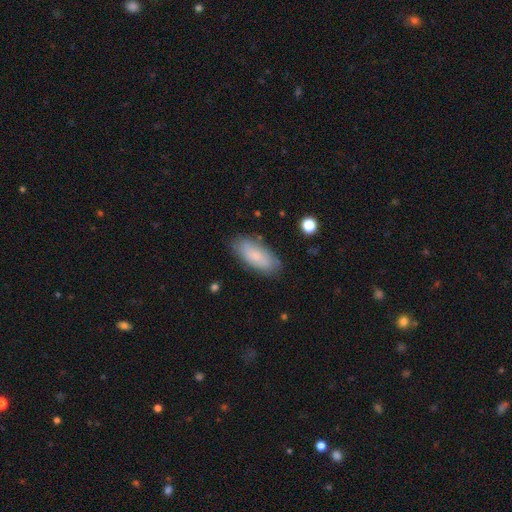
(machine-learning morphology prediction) smooth_or_featured: smooth (p=0.77) [alt: featured or disk p=0.17]
how_rounded: in between (p=0.83) [alt: cigar-shaped p=0.15]
merging: none (p=0.80) [alt: minor disturbance p=0.15]